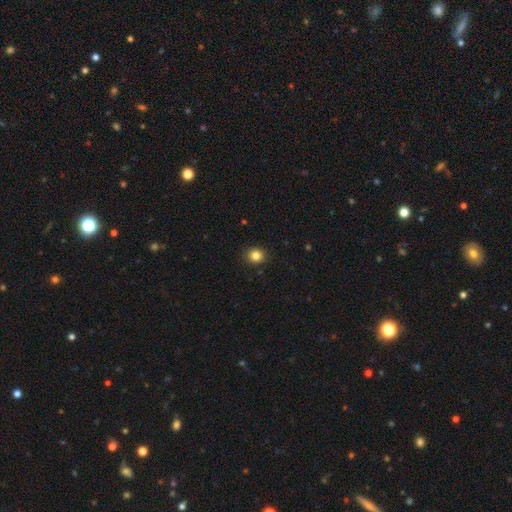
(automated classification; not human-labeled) A smooth galaxy with no disk features (84%) that is round (77%). Merging: none (90%).